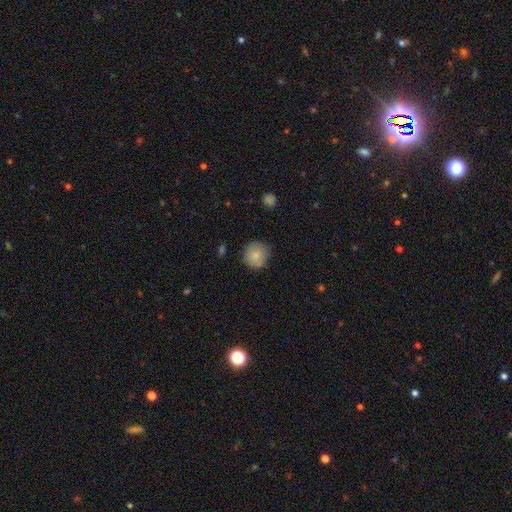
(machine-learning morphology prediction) Smooth or featured: smooth — 84% (star or artifact — 8%)
How rounded: round — 92% (in between — 7%)
Merging: none — 83% (minor disturbance — 12%)